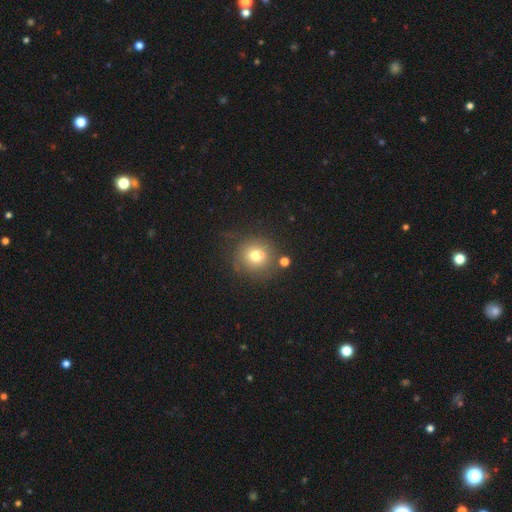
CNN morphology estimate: This is likely a smooth galaxy (71%). How rounded: clearly round (89%). Merging: likely none (63%).